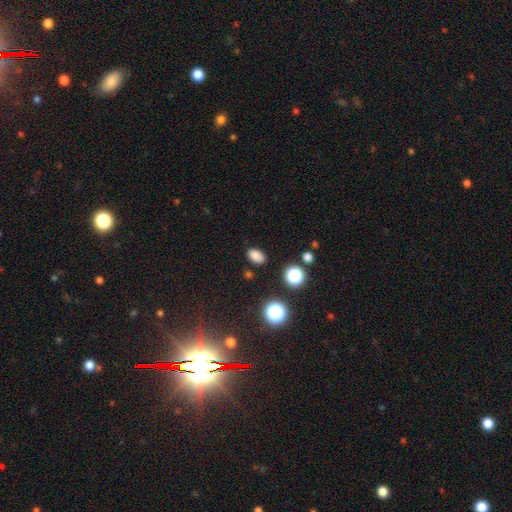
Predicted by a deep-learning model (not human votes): Smooth or featured? Predicted: smooth (p=0.81). How rounded? Predicted: in between (p=0.84). Merging? Predicted: none (p=0.85).